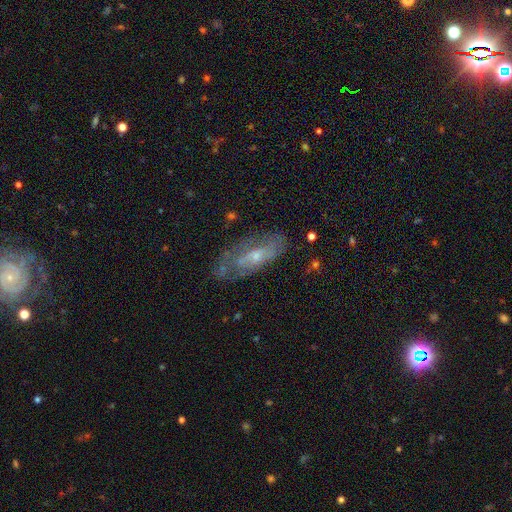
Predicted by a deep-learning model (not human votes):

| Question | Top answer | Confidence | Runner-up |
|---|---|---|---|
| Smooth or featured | featured or disk | 64% | smooth (26%) |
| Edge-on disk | no | 83% | yes (17%) |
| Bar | no | 64% | weak (29%) |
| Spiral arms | yes | 61% | no (39%) |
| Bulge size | small | 49% | moderate (43%) |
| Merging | none | 63% | minor disturbance (23%) |